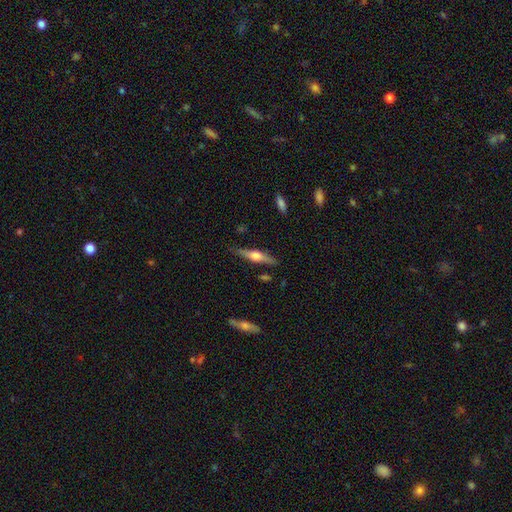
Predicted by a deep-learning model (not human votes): featured or disk 66%, smooth 28%, star or artifact 6%. Down the decision tree: edge-on disk — yes (96%); edge-on bulge — rounded (89%); merging — none (85%).